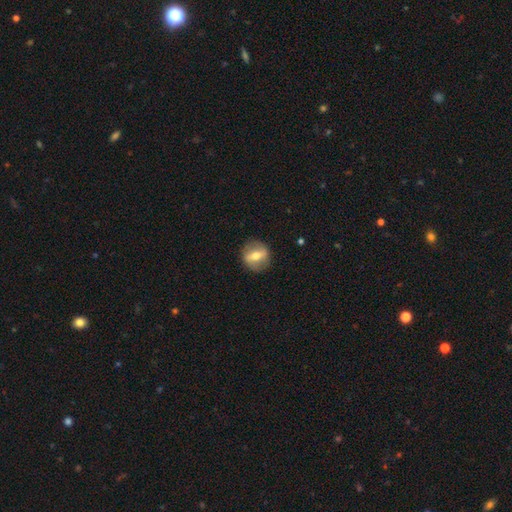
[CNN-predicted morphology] A featured or disk galaxy (56%).

Vote fractions:
- Smooth or featured? featured or disk: 56% / smooth: 37% / star or artifact: 7%
- Edge-on disk? no: 81% / yes: 19%
- Merging? none: 86% / minor disturbance: 9% / major disturbance: 3% / merger: 1%